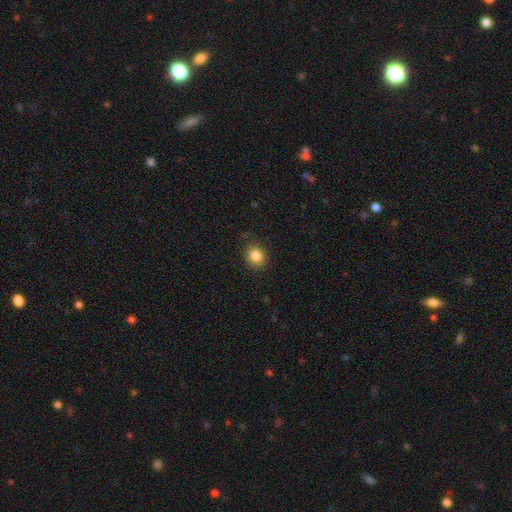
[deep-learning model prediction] A smooth galaxy with no disk features (85%) that is round (69%).

Vote fractions:
- Smooth or featured? smooth: 85% / star or artifact: 10% / featured or disk: 5%
- How rounded? round: 69% / in between: 30% / cigar-shaped: 1%
- Merging? none: 86% / minor disturbance: 10% / major disturbance: 3% / merger: 1%